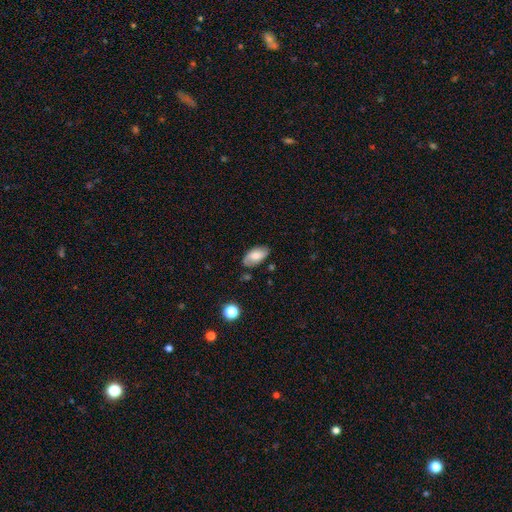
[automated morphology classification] This is likely a smooth galaxy (64%). How rounded: clearly in between (93%). Merging: likely none (70%).